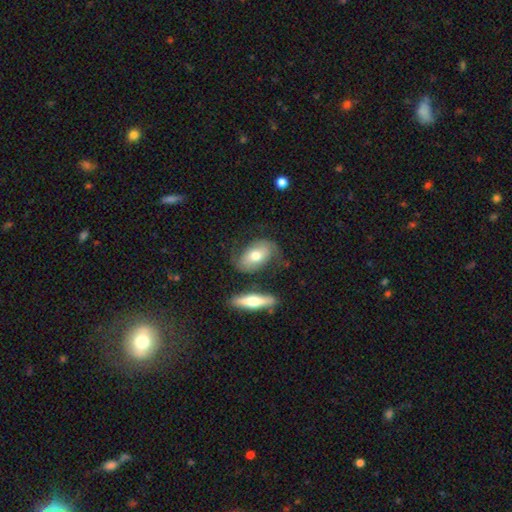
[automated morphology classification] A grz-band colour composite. It shows a smooth galaxy with no disk features (53%) that is in between round and cigar-shaped (86%). Merging: none (61%).